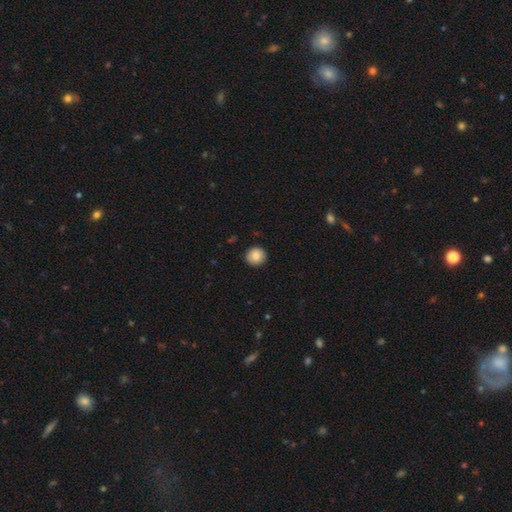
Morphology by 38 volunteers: A smooth galaxy with no disk features (82%) that is round (90%). Merging: none (86%).